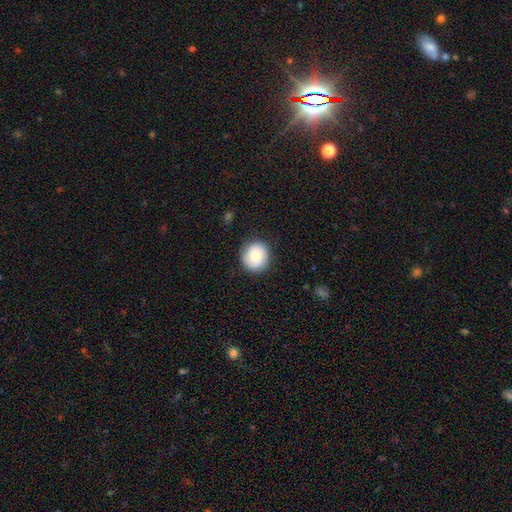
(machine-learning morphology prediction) This appears to be a smooth galaxy with no disk features (64%) that is round (88%). Merging: none (84%).